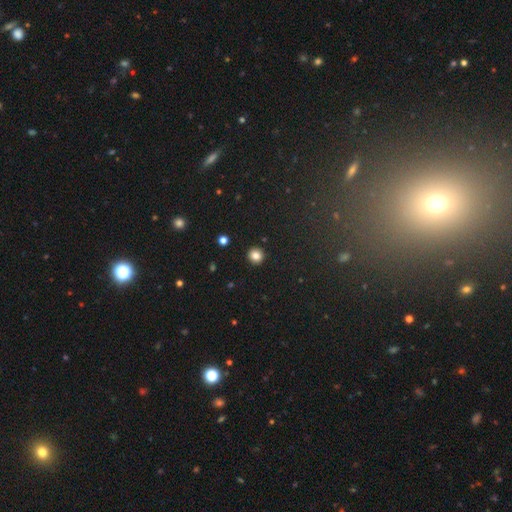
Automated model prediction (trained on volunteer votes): Q: Smooth or featured?
A: smooth (84%); runner-up: star or artifact (11%)
Q: How rounded?
A: round (92%); runner-up: in between (7%)
Q: Merging?
A: none (92%); runner-up: minor disturbance (5%)